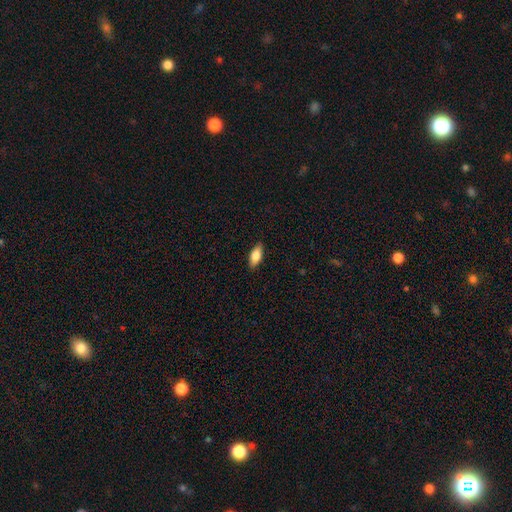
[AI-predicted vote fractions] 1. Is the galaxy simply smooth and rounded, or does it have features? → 79% smooth, 15% featured or disk, 7% star or artifact.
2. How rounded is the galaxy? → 83% in between, 15% cigar-shaped, 3% round.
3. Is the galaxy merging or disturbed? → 88% none, 9% minor disturbance, 2% major disturbance, 1% merger.